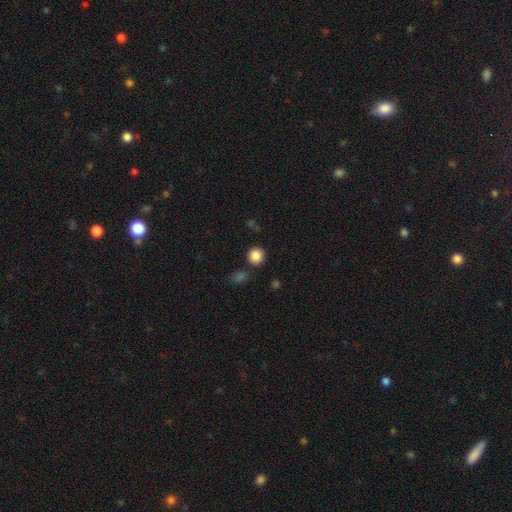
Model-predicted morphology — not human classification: Smooth or featured: smooth — 86% (star or artifact — 10%)
How rounded: round — 90% (in between — 9%)
Merging: none — 83% (minor disturbance — 8%)